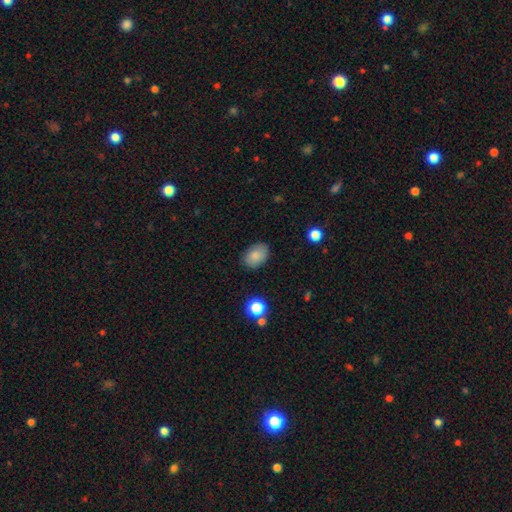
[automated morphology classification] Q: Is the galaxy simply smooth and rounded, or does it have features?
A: smooth — 82%.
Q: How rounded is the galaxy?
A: in between — 82%.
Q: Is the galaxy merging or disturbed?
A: none — 84%.